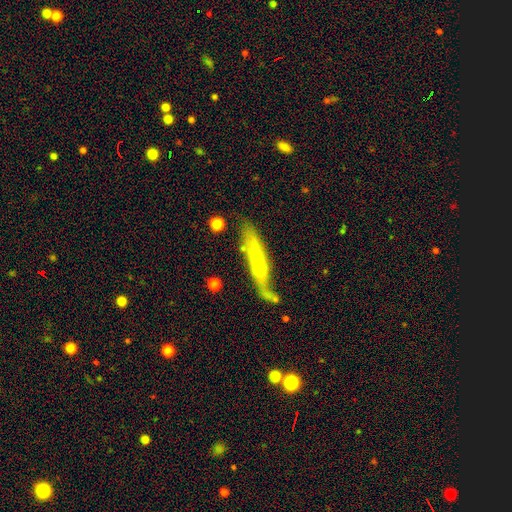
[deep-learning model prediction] Morphology: type=smooth (47%); merging=none (58%).